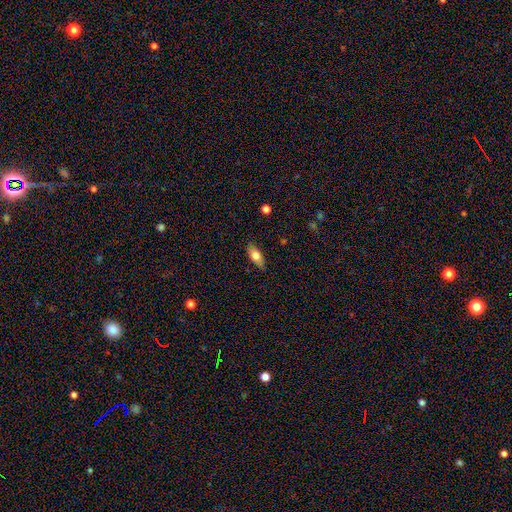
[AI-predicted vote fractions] Q: Smooth or featured?
A: smooth (73%); runner-up: featured or disk (19%)
Q: How rounded?
A: in between (79%); runner-up: cigar-shaped (18%)
Q: Merging?
A: none (86%); runner-up: minor disturbance (11%)